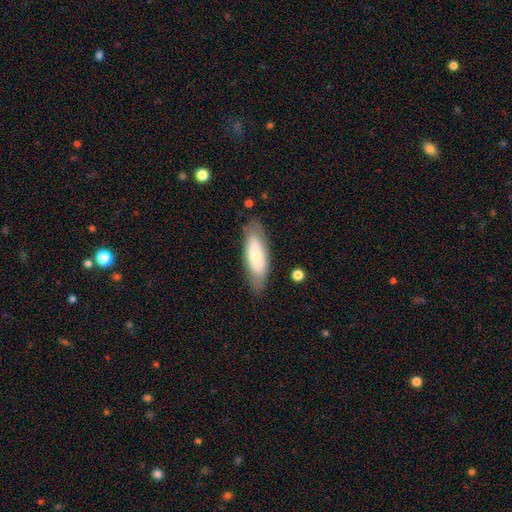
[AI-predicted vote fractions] Smooth or featured: smooth — 66% (featured or disk — 27%)
How rounded: in between — 58% (cigar-shaped — 40%)
Merging: none — 78% (minor disturbance — 16%)